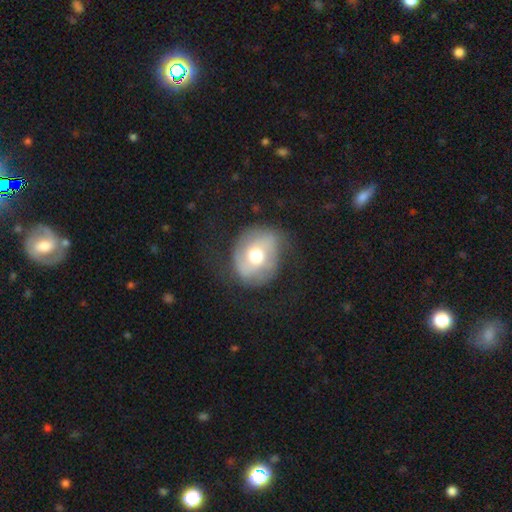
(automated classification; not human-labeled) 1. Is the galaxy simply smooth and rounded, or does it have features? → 55% featured or disk, 37% smooth, 8% star or artifact.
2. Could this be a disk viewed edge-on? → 96% no, 4% yes.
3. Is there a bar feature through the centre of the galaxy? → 68% no, 24% weak, 8% strong.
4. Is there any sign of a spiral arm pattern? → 61% yes, 39% no.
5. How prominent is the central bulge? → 64% moderate, 27% large, 5% small, 3% dominant, 1% none.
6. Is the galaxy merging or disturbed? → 60% none, 24% minor disturbance, 15% major disturbance, 2% merger.